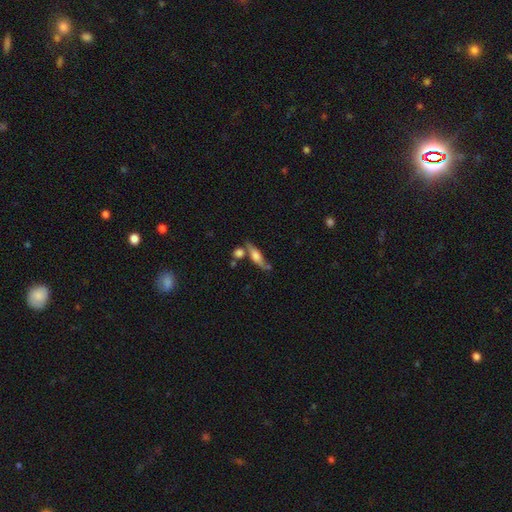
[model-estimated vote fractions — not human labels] Morphology: type=smooth (47%); merging=none (60%).